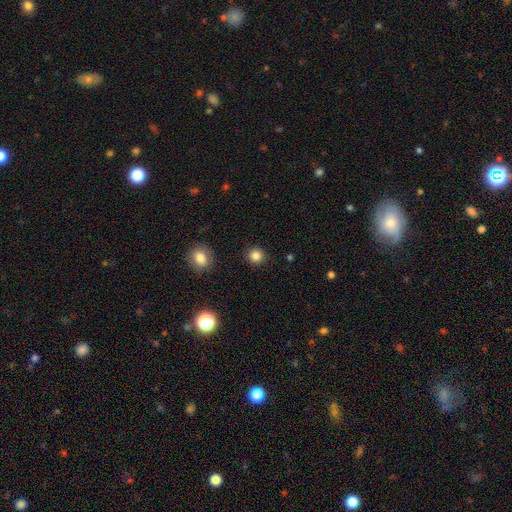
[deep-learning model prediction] smooth-or-featured: smooth: 84% | star or artifact: 12% | featured or disk: 4%
  how-rounded: round: 93% | in between: 6% | cigar-shaped: 1%
  merging: none: 91% | minor disturbance: 5% | major disturbance: 2% | merger: 1%